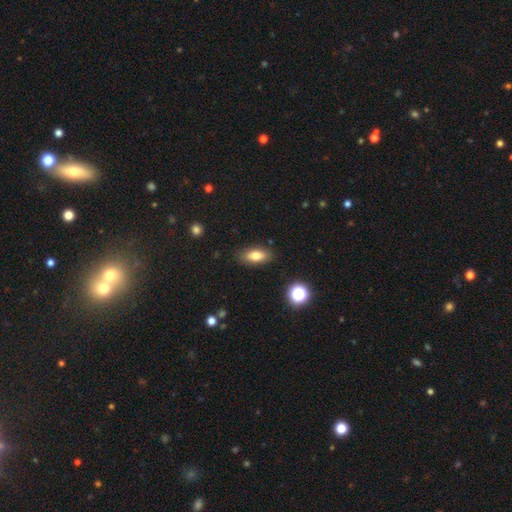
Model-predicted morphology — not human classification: The model was most divided on "smooth or featured": smooth: 76%, featured or disk: 15%, star or artifact: 9%. More confident: merging — none (86%); how rounded — in between (82%).